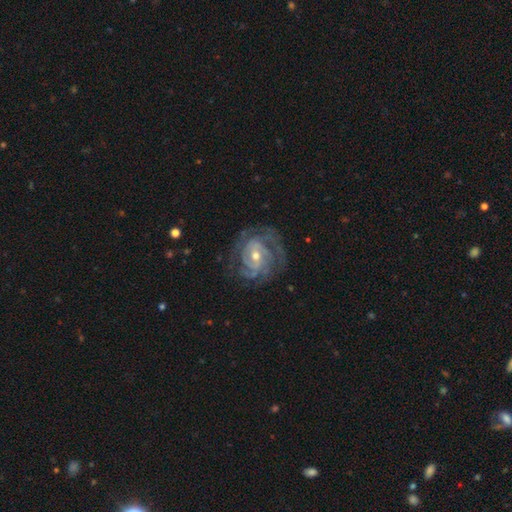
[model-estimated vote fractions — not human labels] Smooth or featured? Predicted: featured or disk (p=0.90). Edge-on disk? Predicted: no (p=0.97). Bar? Predicted: no (p=0.44). Spiral arms? Predicted: yes (p=0.97). Spiral winding? Predicted: tight (p=0.70). Spiral arm count? Predicted: 3 (p=0.29). Bulge size? Predicted: moderate (p=0.52). Merging? Predicted: none (p=0.74).